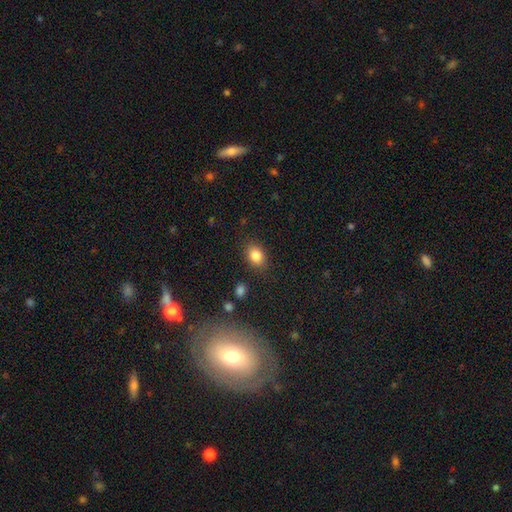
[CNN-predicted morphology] smooth-or-featured: smooth: 84% | star or artifact: 10% | featured or disk: 7%
  how-rounded: in between: 67% | round: 31% | cigar-shaped: 1%
  merging: none: 85% | minor disturbance: 10% | major disturbance: 3% | merger: 2%